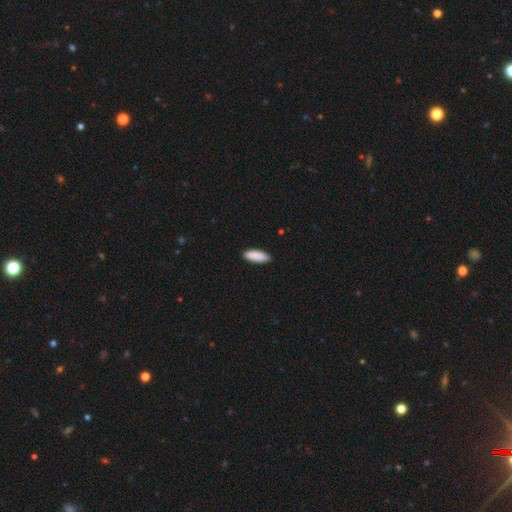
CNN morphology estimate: Smooth or featured? Predicted: smooth (p=0.91). How rounded? Predicted: in between (p=0.68). Merging? Predicted: none (p=0.88).